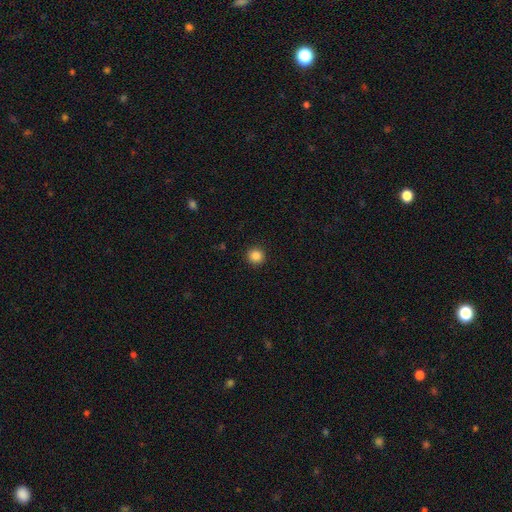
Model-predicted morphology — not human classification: This is clearly a smooth galaxy (86%). How rounded: clearly round (95%). Merging: clearly none (93%).